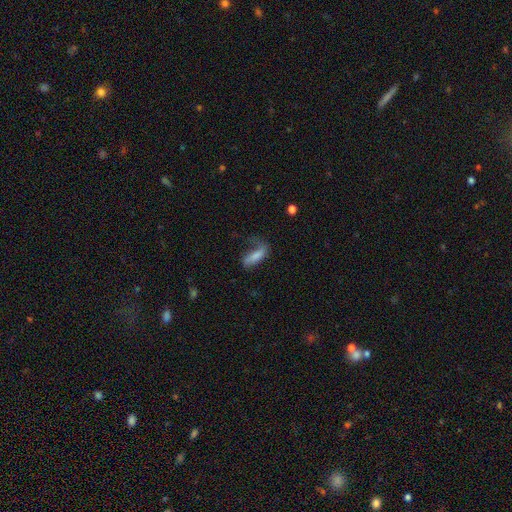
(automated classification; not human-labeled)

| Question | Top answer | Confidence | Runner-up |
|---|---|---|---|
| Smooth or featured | smooth | 69% | featured or disk (23%) |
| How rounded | in between | 60% | cigar-shaped (38%) |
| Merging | major disturbance | 36% | none (34%) |